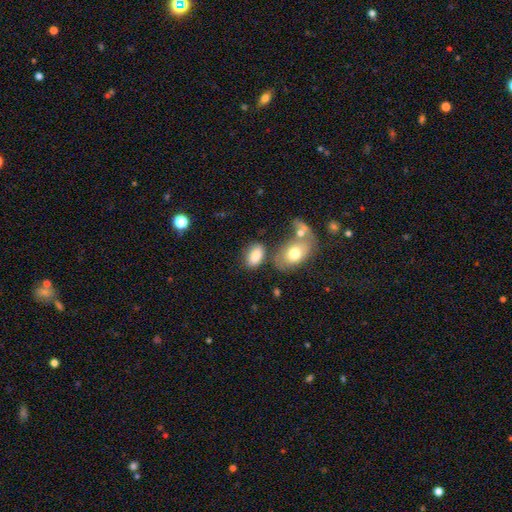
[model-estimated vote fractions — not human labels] This is clearly a smooth galaxy (83%). How rounded: clearly in between (89%). Merging: likely none (63%).